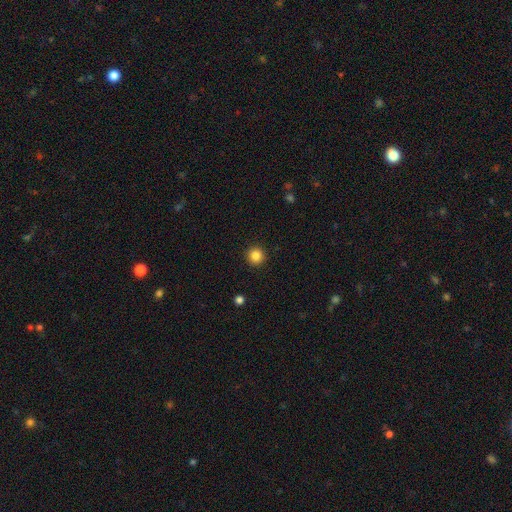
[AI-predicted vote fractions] A smooth galaxy with no disk features (85%) that is round (96%). Merging: none (93%).